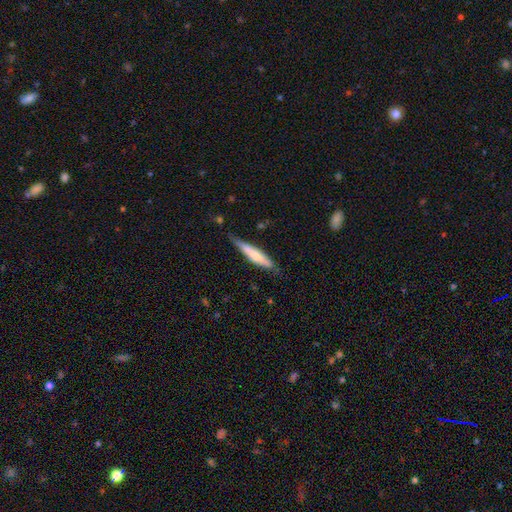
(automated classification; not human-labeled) This is possibly a smooth galaxy (59%). How rounded: clearly cigar-shaped (87%). Merging: likely none (70%).